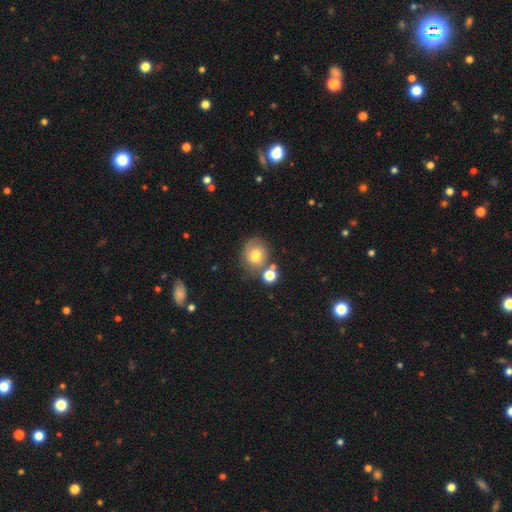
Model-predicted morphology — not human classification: This appears to be a smooth galaxy with no disk features (64%) that is round (74%). Merging: none (60%).